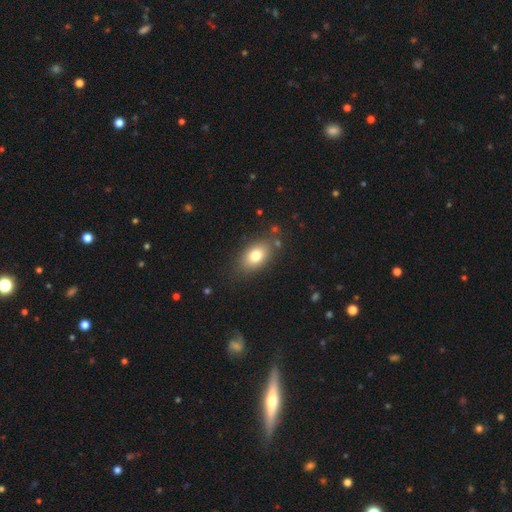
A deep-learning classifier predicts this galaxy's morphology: smooth-or-featured: smooth: 77% | featured or disk: 13% | star or artifact: 9%
  how-rounded: in between: 85% | round: 12% | cigar-shaped: 2%
  merging: none: 80% | minor disturbance: 13% | major disturbance: 4% | merger: 3%